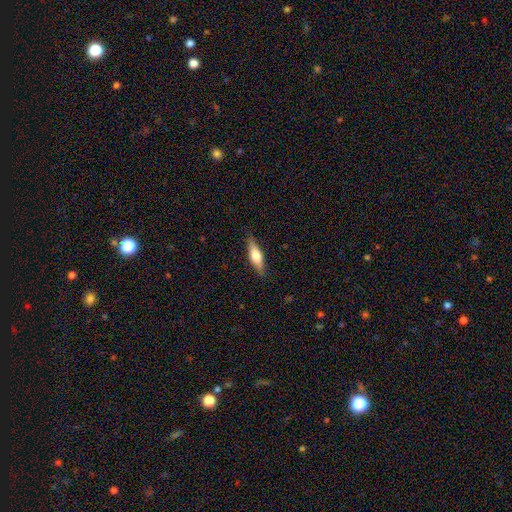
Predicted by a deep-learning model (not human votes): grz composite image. It shows a smooth galaxy with no disk features (54%) that is cigar-shaped (55%). Merging: none (85%).